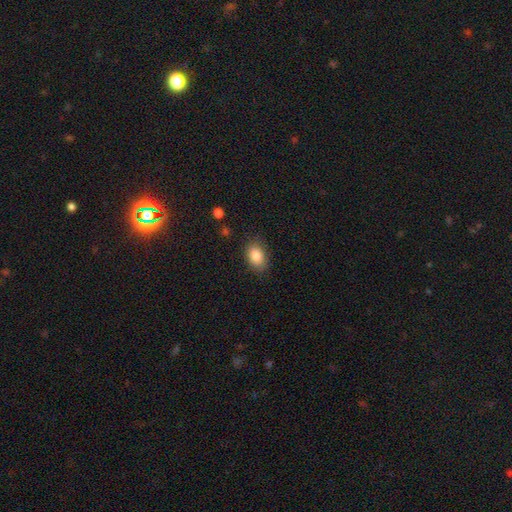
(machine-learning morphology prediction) The model was most divided on "how rounded": in between: 82%, round: 17%, cigar-shaped: 1%. More confident: smooth or featured — smooth (86%); merging — none (82%).